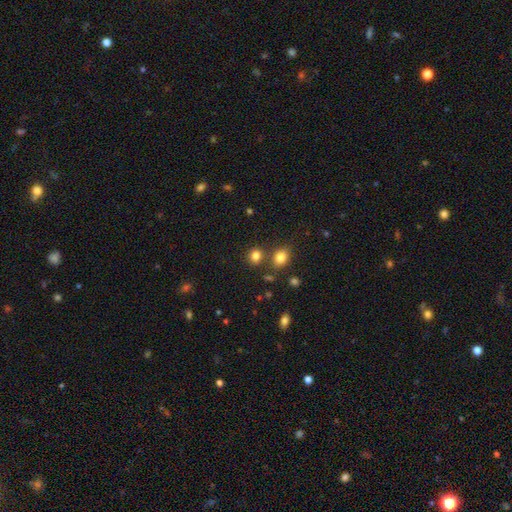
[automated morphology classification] Smooth or featured: smooth — 82% (star or artifact — 13%)
How rounded: round — 69% (in between — 30%)
Merging: none — 73% (merger — 15%)